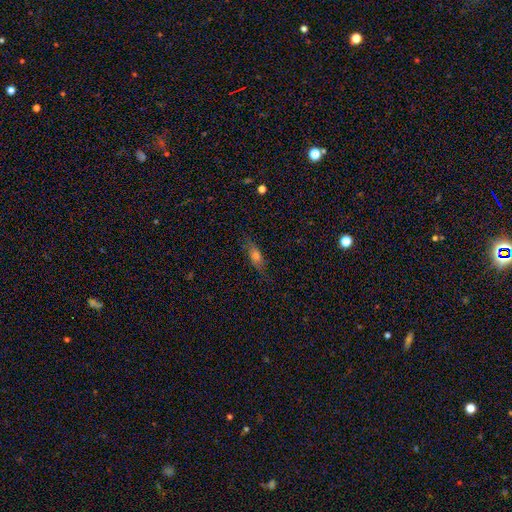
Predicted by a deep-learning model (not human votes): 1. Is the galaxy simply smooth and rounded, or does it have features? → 53% smooth, 35% featured or disk, 12% star or artifact.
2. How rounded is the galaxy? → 48% cigar-shaped, 47% in between, 5% round.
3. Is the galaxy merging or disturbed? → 79% none, 16% minor disturbance, 4% major disturbance, 1% merger.